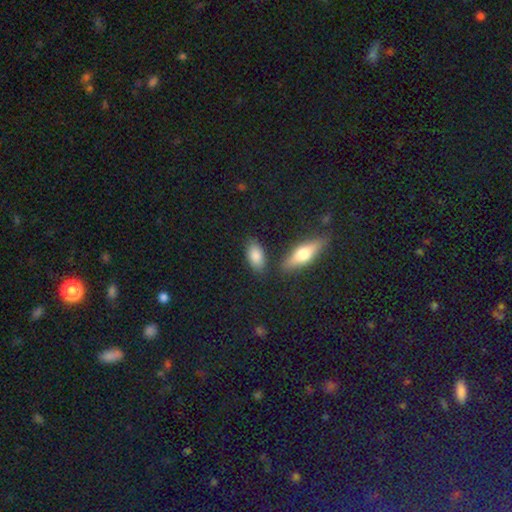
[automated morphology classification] Overall: smooth (84%). How rounded: in between (89%). Merging: none (77%).